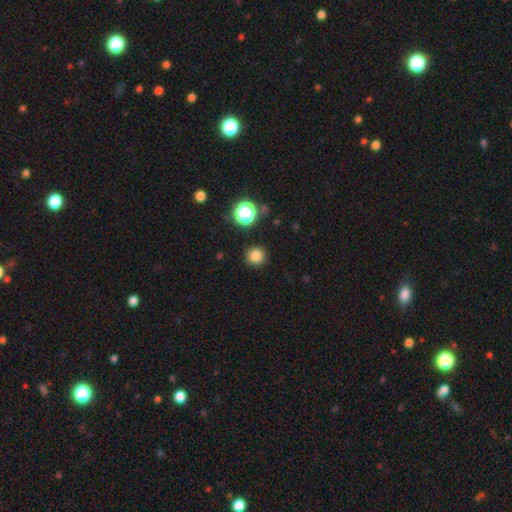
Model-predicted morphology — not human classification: type=smooth (82%); roundness=round (92%); merging=none (90%).